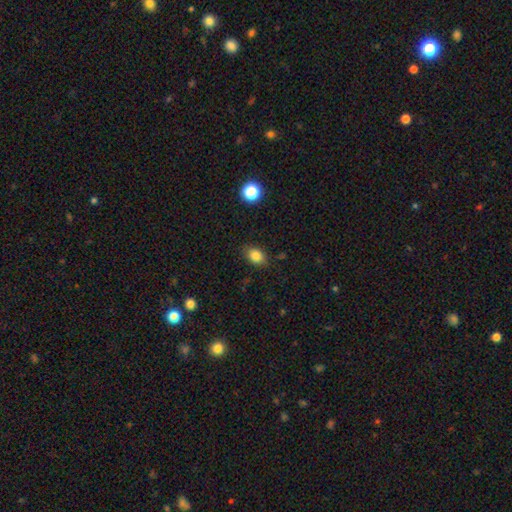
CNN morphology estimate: Smooth or featured: smooth — 83% (star or artifact — 11%)
How rounded: in between — 71% (round — 27%)
Merging: none — 83% (minor disturbance — 12%)